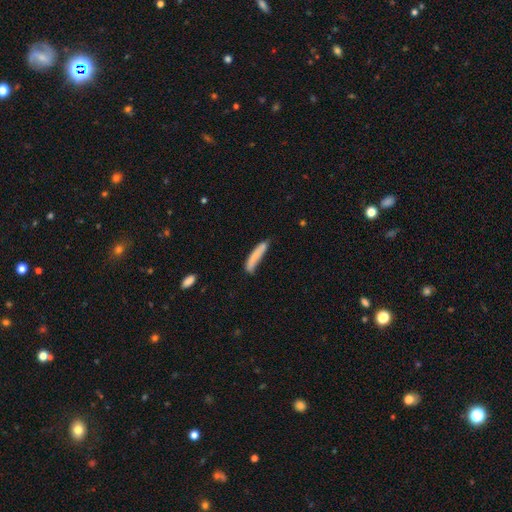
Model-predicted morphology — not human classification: Overall: smooth (77%). How rounded: cigar-shaped (88%). Merging: none (59%; minor disturbance 28%).